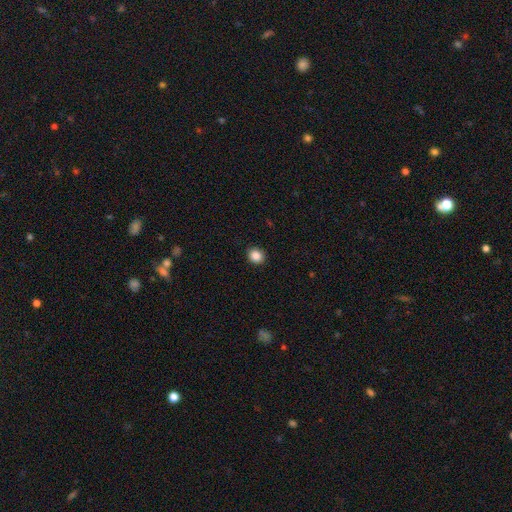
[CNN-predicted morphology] A smooth galaxy with no disk features (87%) that is round (78%). Merging: none (92%).